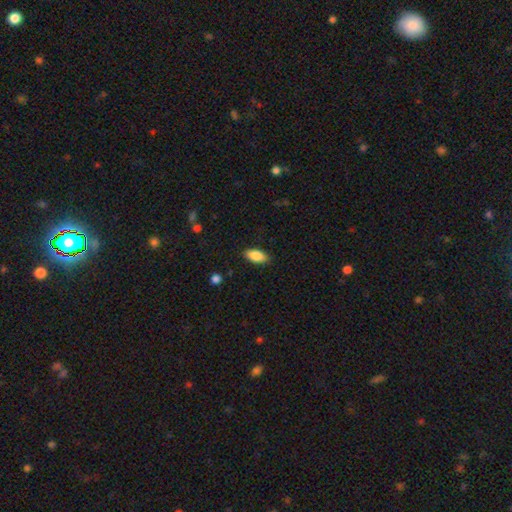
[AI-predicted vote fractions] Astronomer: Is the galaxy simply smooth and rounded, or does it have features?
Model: smooth — 86%.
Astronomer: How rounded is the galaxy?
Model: in between — 90%.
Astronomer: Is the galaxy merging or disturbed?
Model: none — 87%.